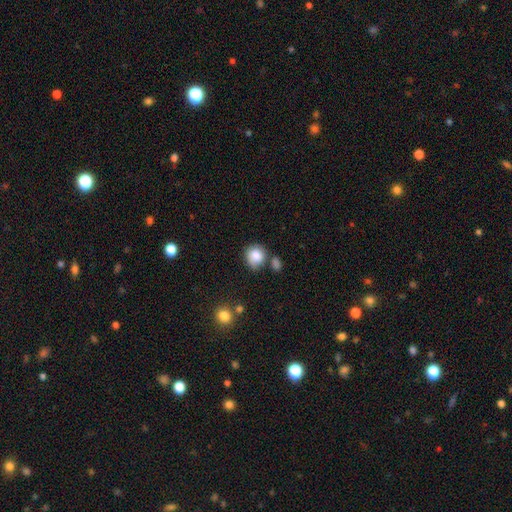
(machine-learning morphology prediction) The model was most divided on "merging": none: 63%, minor disturbance: 19%, merger: 12%, major disturbance: 5%. More confident: smooth or featured — smooth (85%); how rounded — round (84%).